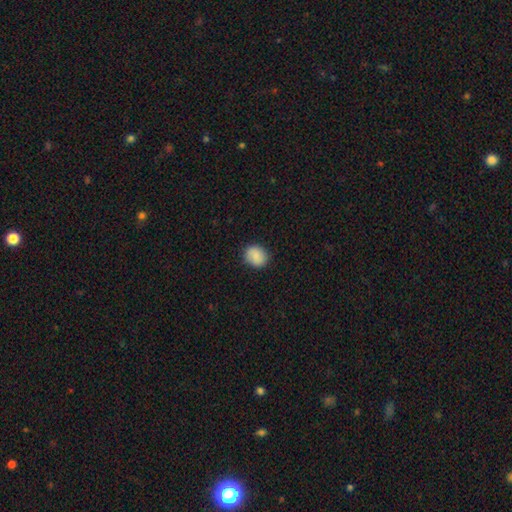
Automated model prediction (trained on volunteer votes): This is clearly a smooth galaxy (88%). How rounded: likely round (67%). Merging: clearly none (87%).